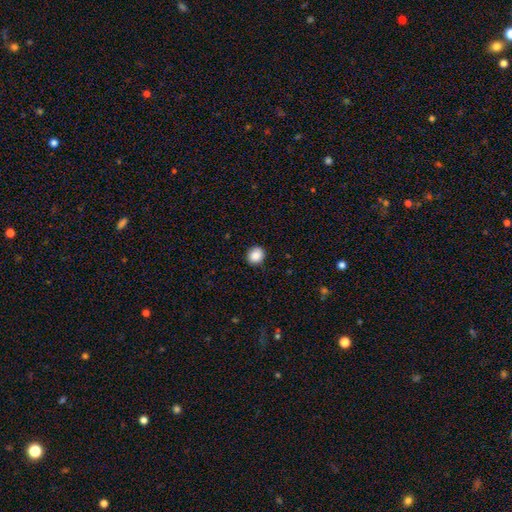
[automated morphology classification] This is clearly a smooth galaxy (87%). How rounded: likely round (80%). Merging: clearly none (90%).